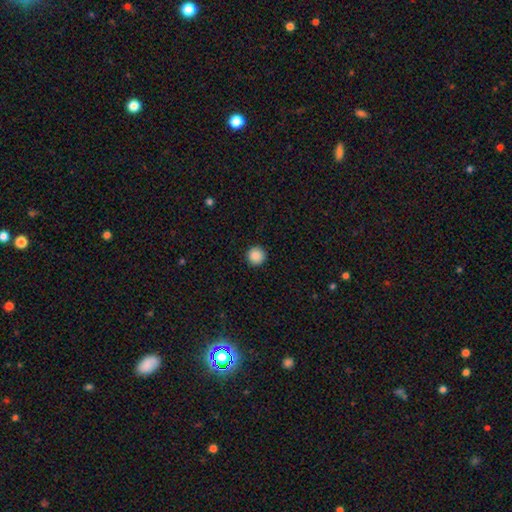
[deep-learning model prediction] The model was most divided on "smooth or featured": smooth: 88%, star or artifact: 9%, featured or disk: 3%. More confident: how rounded — round (96%); merging — none (93%).